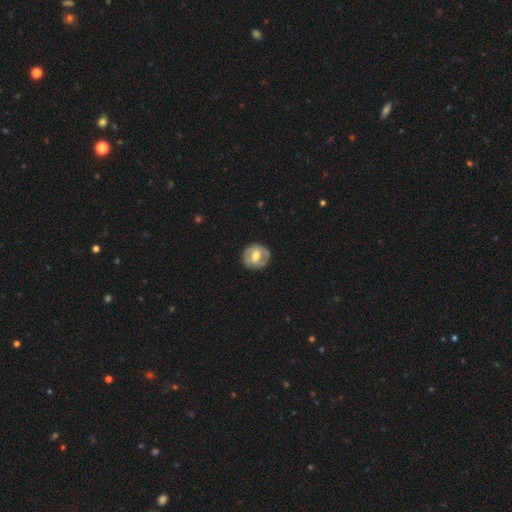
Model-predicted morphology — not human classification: Smooth or featured? Predicted: featured or disk (p=0.58). Edge-on disk? Predicted: no (p=0.96). Bar? Predicted: weak (p=0.46). Spiral arms? Predicted: yes (p=0.54). Bulge size? Predicted: moderate (p=0.71). Merging? Predicted: none (p=0.84).